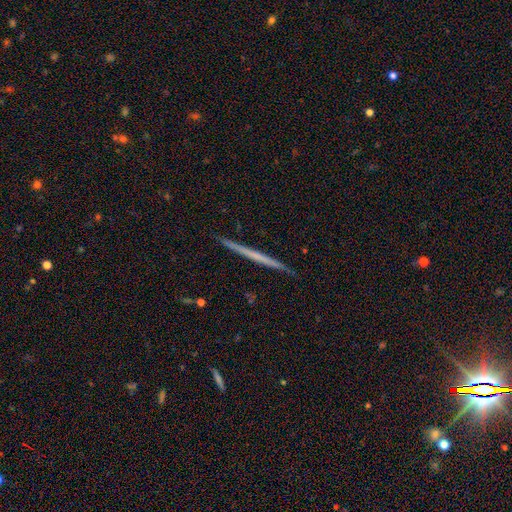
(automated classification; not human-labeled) Smooth or featured: featured or disk — 59% (smooth — 35%)
Edge-on disk: yes — 98% (no — 2%)
Edge-on bulge: none — 90% (rounded — 7%)
Merging: none — 92% (minor disturbance — 6%)